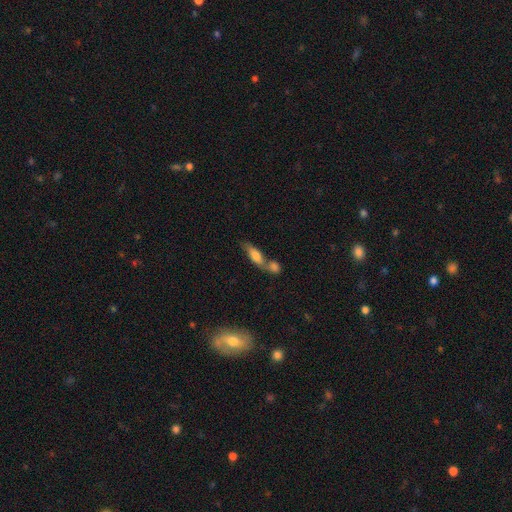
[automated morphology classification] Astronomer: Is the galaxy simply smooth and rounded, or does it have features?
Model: smooth — 64%.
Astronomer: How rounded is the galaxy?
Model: in between — 59% (runner-up: cigar-shaped, 36%).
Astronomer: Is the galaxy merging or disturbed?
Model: merger — 56%.